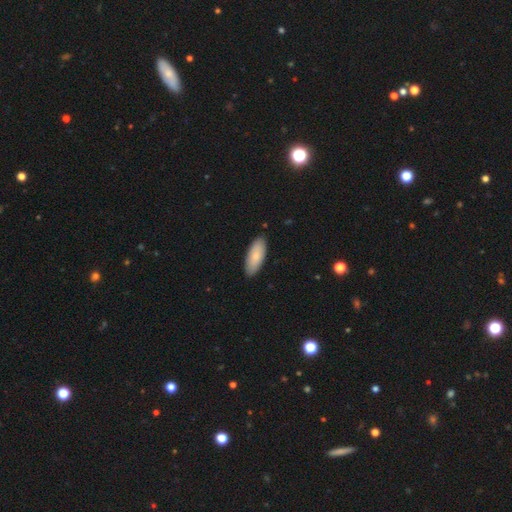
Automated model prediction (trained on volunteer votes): This is clearly a smooth galaxy (82%). How rounded: clearly in between (83%). Merging: clearly none (87%).